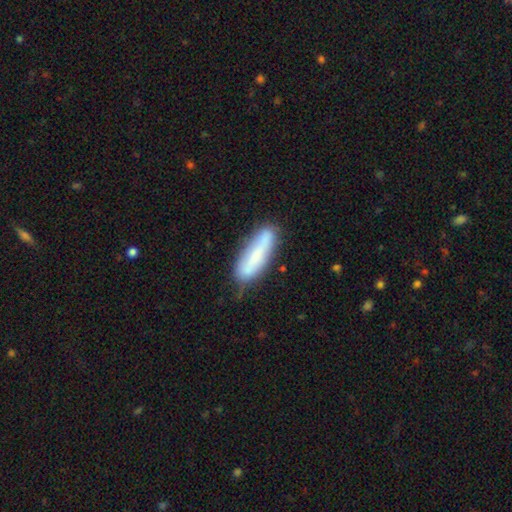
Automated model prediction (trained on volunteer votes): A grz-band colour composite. It shows a smooth galaxy with no disk features (67%) that is cigar-shaped (59%). Merging: none (68%).